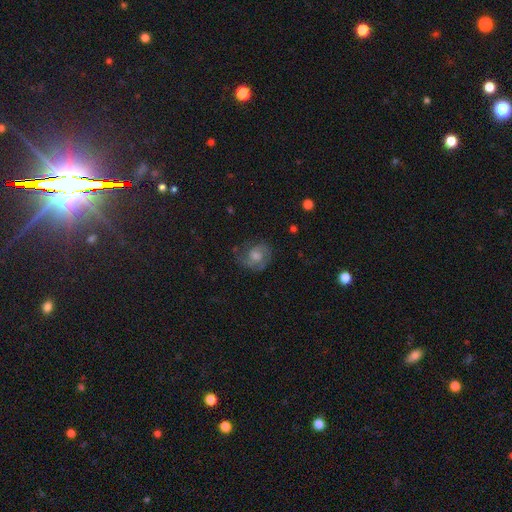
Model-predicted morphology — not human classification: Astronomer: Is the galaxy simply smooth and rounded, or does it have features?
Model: featured or disk — 63%.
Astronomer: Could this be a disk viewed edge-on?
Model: no — 97%.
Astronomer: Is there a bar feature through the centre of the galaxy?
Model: no — 62%.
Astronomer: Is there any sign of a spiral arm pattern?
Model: yes — 90%.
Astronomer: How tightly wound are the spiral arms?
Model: medium — 46% (runner-up: tight, 39%).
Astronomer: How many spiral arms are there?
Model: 2 — 62%.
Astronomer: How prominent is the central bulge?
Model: moderate — 49% (runner-up: small, 26%).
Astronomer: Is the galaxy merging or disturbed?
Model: none — 68%.